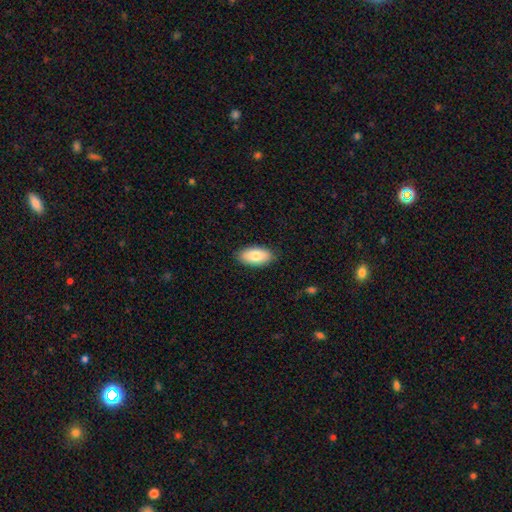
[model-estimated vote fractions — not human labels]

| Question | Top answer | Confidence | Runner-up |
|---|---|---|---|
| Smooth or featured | smooth | 83% | featured or disk (11%) |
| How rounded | in between | 93% | cigar-shaped (4%) |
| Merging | none | 87% | minor disturbance (10%) |